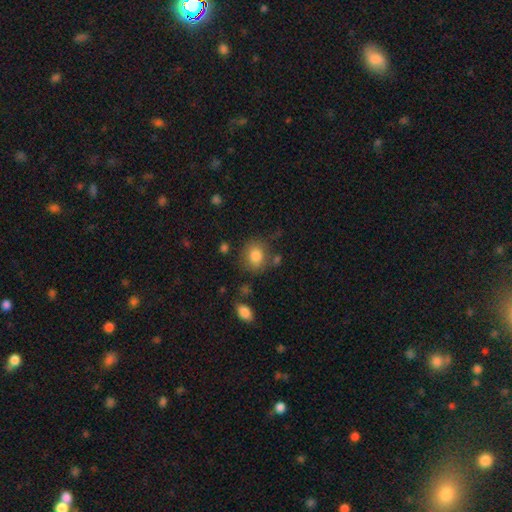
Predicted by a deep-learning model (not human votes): smooth-or-featured: smooth: 83% | star or artifact: 9% | featured or disk: 8%
  how-rounded: round: 70% | in between: 29% | cigar-shaped: 1%
  merging: none: 74% | minor disturbance: 16% | major disturbance: 5% | merger: 5%